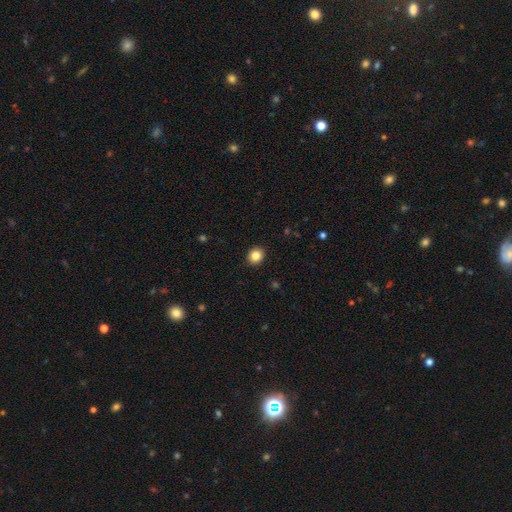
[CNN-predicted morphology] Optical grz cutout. It shows a smooth galaxy with no disk features (84%) that is round (79%). Merging: none (92%).